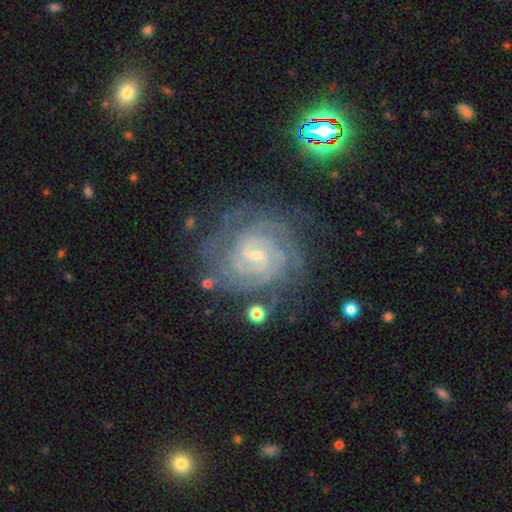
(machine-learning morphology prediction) A featured or disk galaxy (91%) with a weak bar (51%), 2 (34%) tight (80%) spiral arms (99%) and a small central bulge (79%). Merging: none (74%).